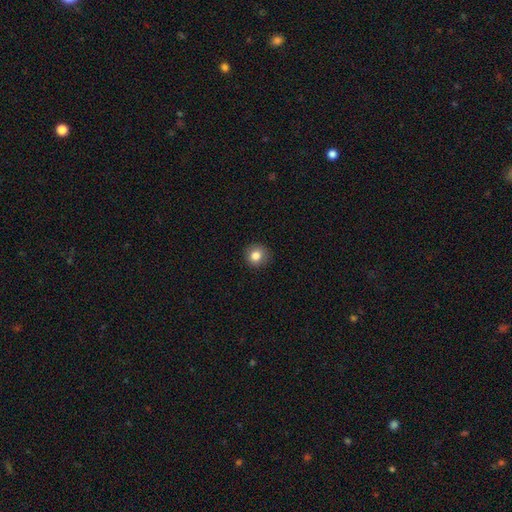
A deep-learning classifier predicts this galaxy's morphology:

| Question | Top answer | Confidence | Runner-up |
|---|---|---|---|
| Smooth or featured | smooth | 83% | star or artifact (10%) |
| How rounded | round | 91% | in between (8%) |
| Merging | none | 90% | minor disturbance (7%) |